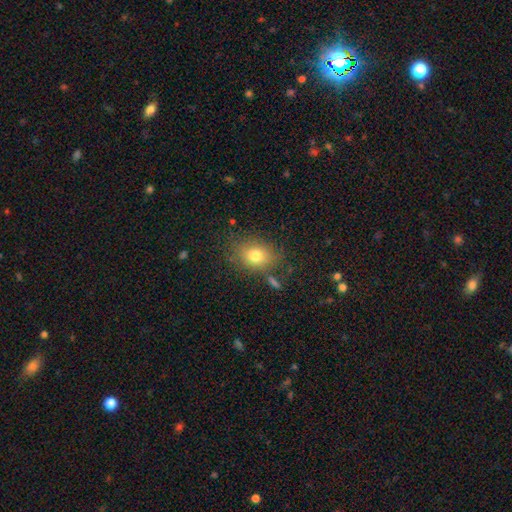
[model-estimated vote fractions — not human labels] smooth 77%, star or artifact 11%, featured or disk 11%. Down the decision tree: how rounded — in between (58%); merging — none (75%).